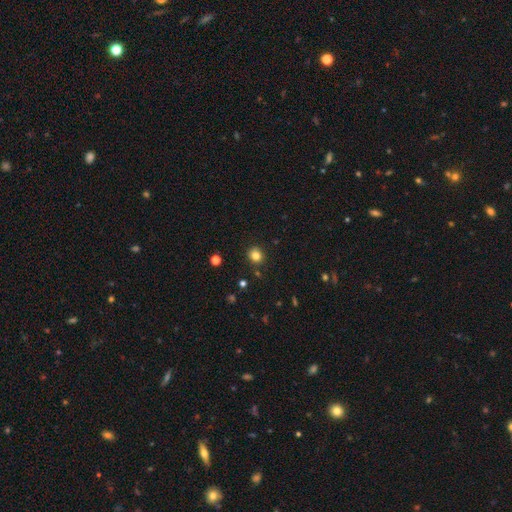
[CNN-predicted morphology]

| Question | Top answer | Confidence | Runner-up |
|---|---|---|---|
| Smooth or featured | smooth | 81% | star or artifact (13%) |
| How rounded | round | 85% | in between (14%) |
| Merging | none | 88% | minor disturbance (8%) |